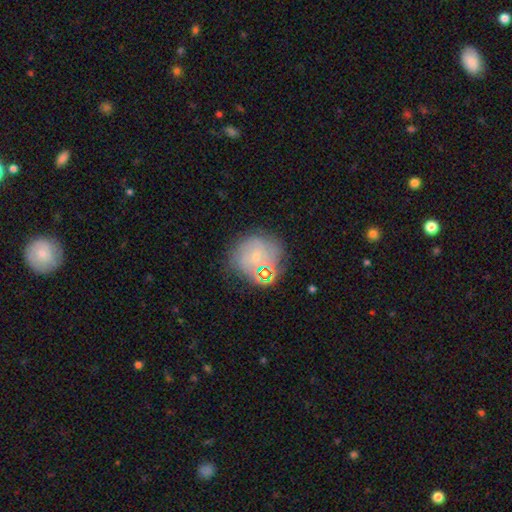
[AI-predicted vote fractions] smooth_or_featured: smooth (p=0.44) [alt: featured or disk p=0.41]
merging: none (p=0.62) [alt: minor disturbance p=0.19]